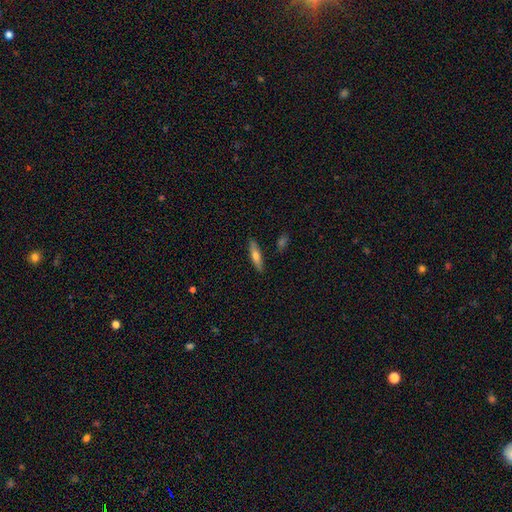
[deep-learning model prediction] Smooth or featured? smooth (61%)
How rounded? cigar-shaped (75%)
Merging? none (87%)